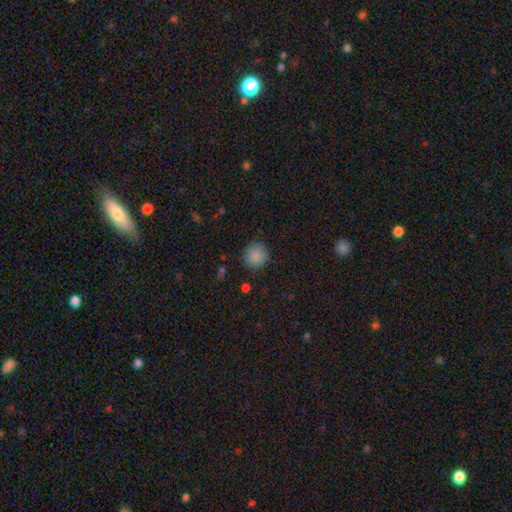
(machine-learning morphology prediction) smooth_or_featured: smooth (p=0.87) [alt: star or artifact p=0.09]
how_rounded: round (p=0.91) [alt: in between p=0.08]
merging: none (p=0.87) [alt: minor disturbance p=0.09]